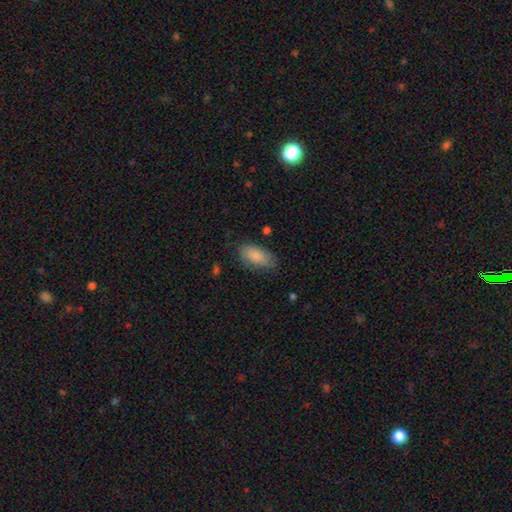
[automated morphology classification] Q: Smooth or featured?
A: smooth (87%); runner-up: featured or disk (7%)
Q: How rounded?
A: in between (92%); runner-up: cigar-shaped (5%)
Q: Merging?
A: none (74%); runner-up: minor disturbance (19%)